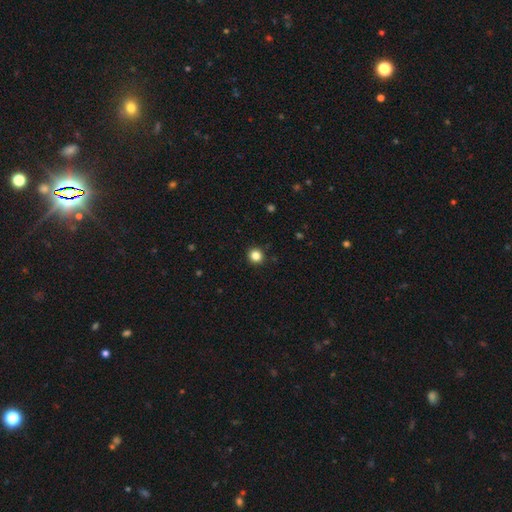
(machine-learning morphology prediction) Smooth or featured? Predicted: smooth (p=0.84). How rounded? Predicted: round (p=0.92). Merging? Predicted: none (p=0.92).